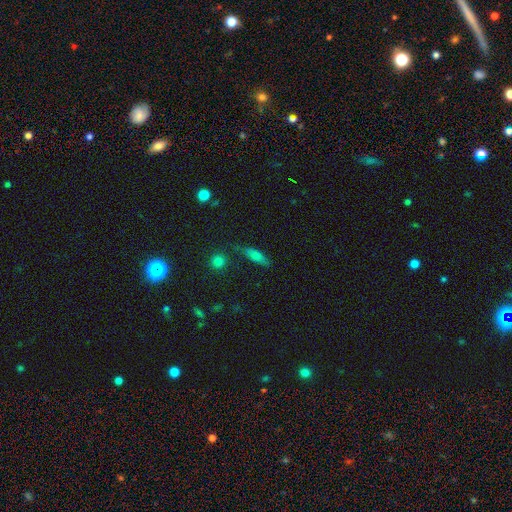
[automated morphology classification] Overall: smooth (69%). How rounded: cigar-shaped (49%; in between 47%). Merging: none (75%).